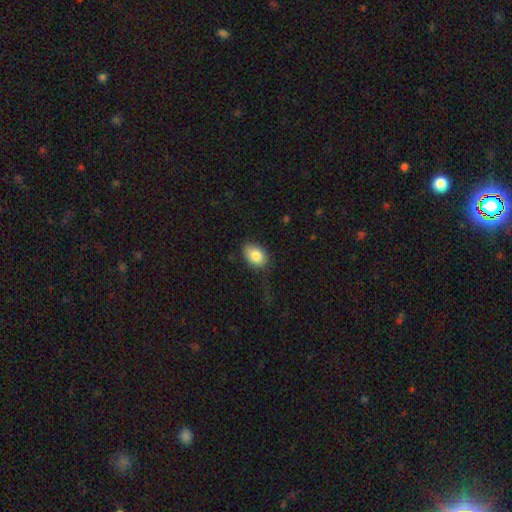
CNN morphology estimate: This is clearly a smooth galaxy (84%). How rounded: likely in between (78%). Merging: likely none (71%).